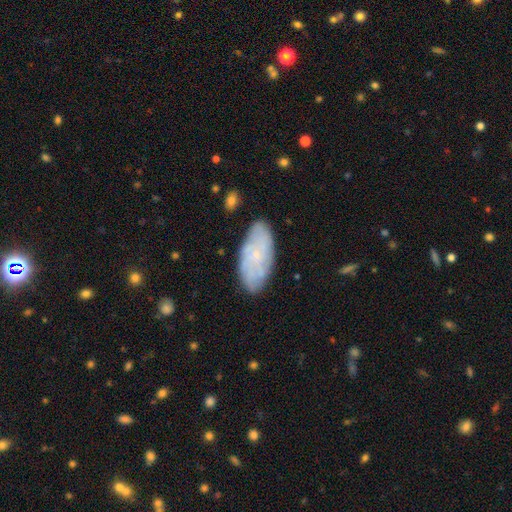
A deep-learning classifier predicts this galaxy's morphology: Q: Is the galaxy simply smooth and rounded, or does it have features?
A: featured or disk — 48%.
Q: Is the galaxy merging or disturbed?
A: none — 79%.